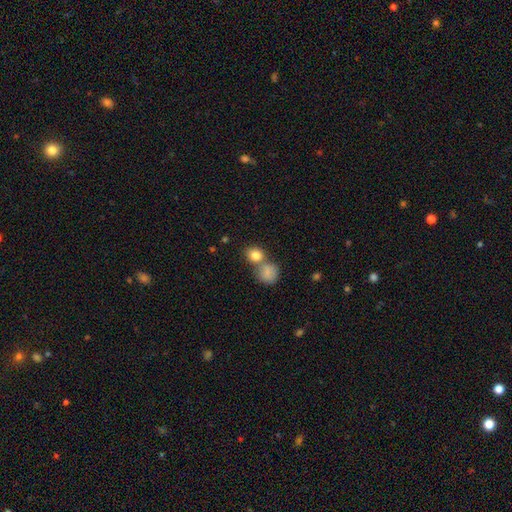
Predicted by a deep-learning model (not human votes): Q: Smooth or featured?
A: smooth (82%); runner-up: star or artifact (10%)
Q: How rounded?
A: round (71%); runner-up: in between (28%)
Q: Merging?
A: none (48%); runner-up: merger (40%)